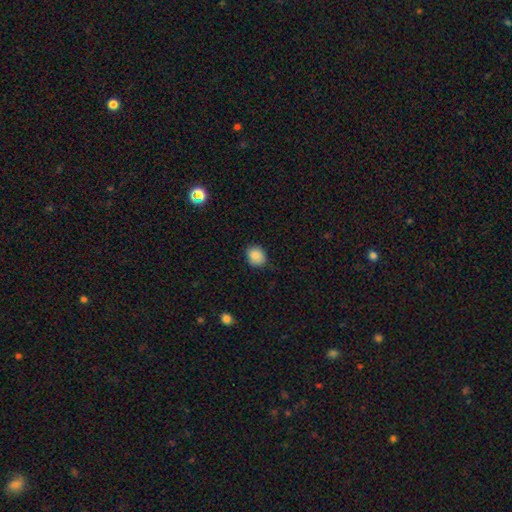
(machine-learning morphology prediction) Smooth or featured? Predicted: smooth (p=0.87). How rounded? Predicted: round (p=0.64). Merging? Predicted: none (p=0.81).